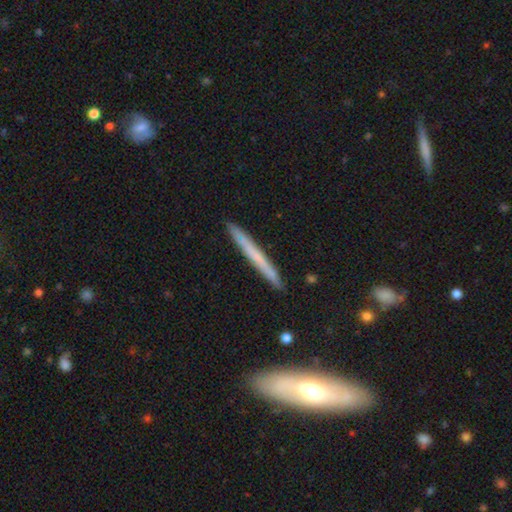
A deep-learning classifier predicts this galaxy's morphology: smooth 50%, featured or disk 44%, star or artifact 6%. Down the decision tree: how rounded — cigar-shaped (96%); merging — none (90%).